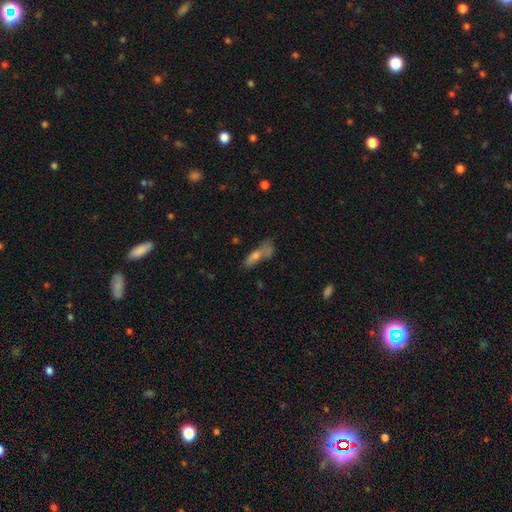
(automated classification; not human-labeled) A smooth galaxy with no disk features (55%) that is cigar-shaped (53%). Merging: none (38%).